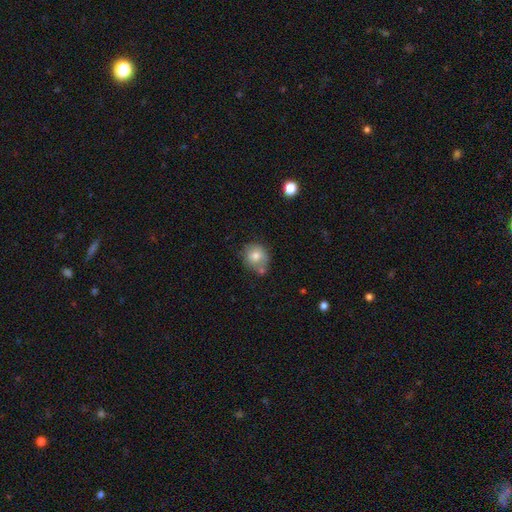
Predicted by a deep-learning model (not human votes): The model was most divided on "merging": none: 56%, minor disturbance: 21%, merger: 18%, major disturbance: 6%. More confident: how rounded — round (77%); smooth or featured — smooth (75%).